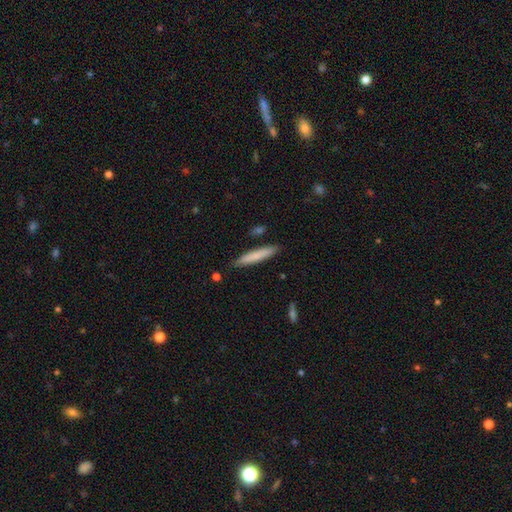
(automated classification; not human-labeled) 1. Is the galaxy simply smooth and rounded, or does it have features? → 76% smooth, 19% featured or disk, 6% star or artifact.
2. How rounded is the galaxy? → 93% cigar-shaped, 6% in between, 1% round.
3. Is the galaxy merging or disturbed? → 86% none, 10% minor disturbance, 2% merger, 2% major disturbance.